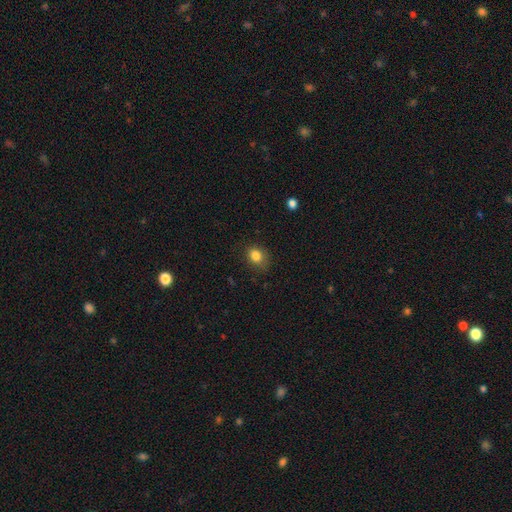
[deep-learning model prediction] This appears to be a smooth galaxy with no disk features (83%) that is in between round and cigar-shaped (51%). Merging: none (71%).